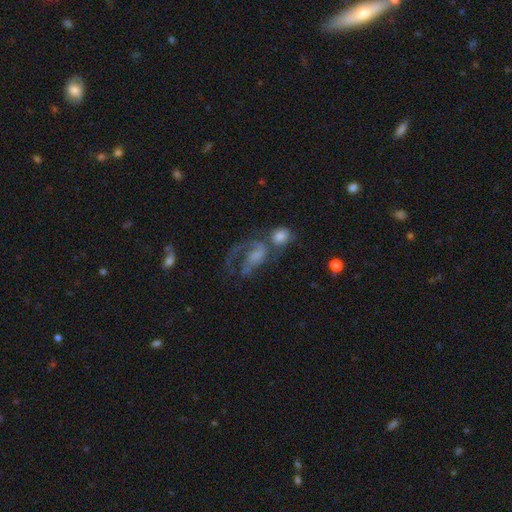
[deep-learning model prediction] The model was most divided on "merging": merger: 38%, major disturbance: 31%, none: 19%, minor disturbance: 12%. Remaining: edge-on disk — no (97%); spiral arms — yes (78%); smooth or featured — featured or disk (64%); bar — no (62%); bulge size — none (35%).